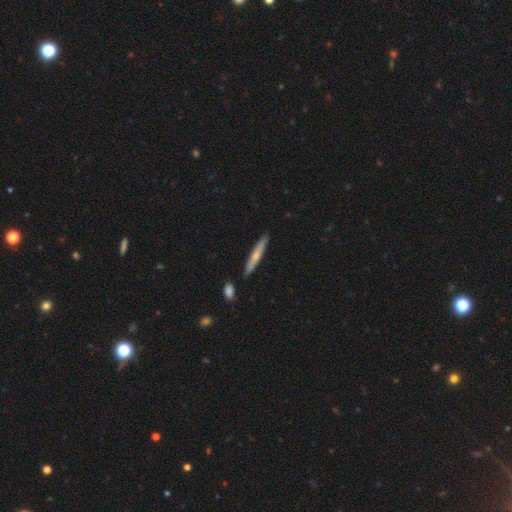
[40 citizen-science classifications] This is likely a smooth galaxy (62%). How rounded: clearly cigar-shaped (88%). Merging: clearly none (82%).